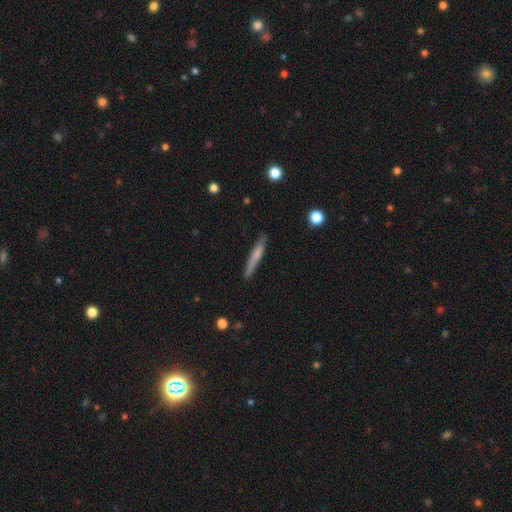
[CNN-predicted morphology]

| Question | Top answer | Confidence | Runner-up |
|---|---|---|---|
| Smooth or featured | smooth | 62% | featured or disk (32%) |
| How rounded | cigar-shaped | 95% | in between (4%) |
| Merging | none | 85% | minor disturbance (11%) |